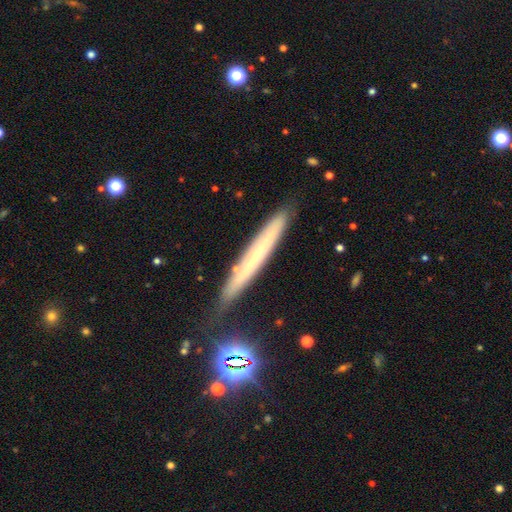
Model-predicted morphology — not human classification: The model was most divided on "smooth or featured": featured or disk: 47%, smooth: 43%, star or artifact: 11%. More confident: merging — none (83%).